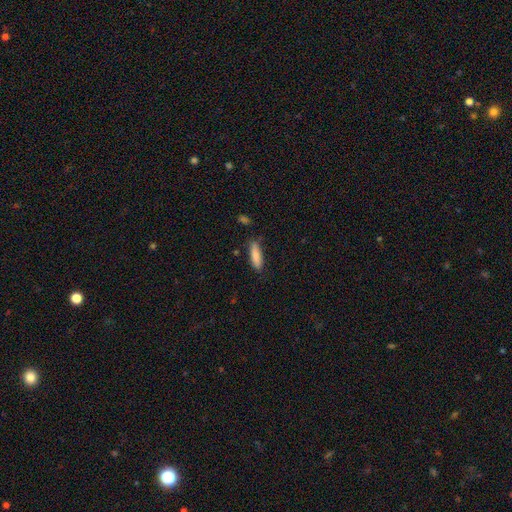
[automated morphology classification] Overall: smooth (85%). How rounded: cigar-shaped (58%; in between 40%). Merging: none (81%).